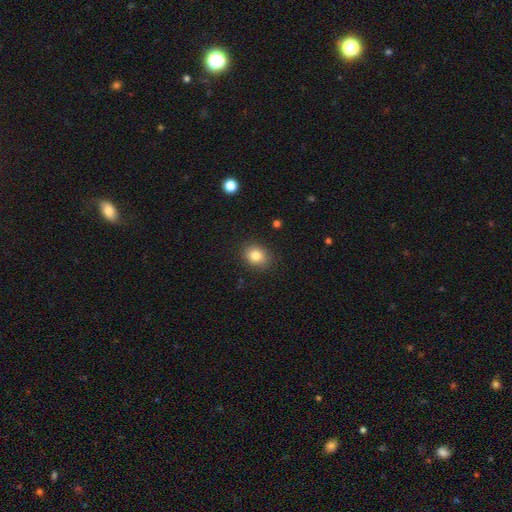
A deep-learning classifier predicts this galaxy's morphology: The model was most divided on "how rounded": round: 55%, in between: 44%, cigar-shaped: 1%. More confident: merging — none (87%); smooth or featured — smooth (82%).